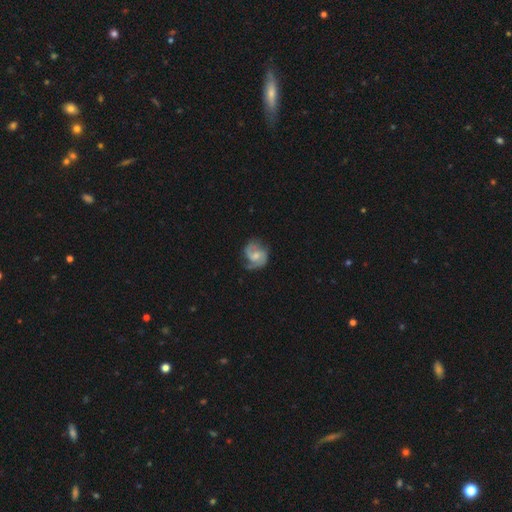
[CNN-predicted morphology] This is likely a featured or disk galaxy (76%). It is clearly not viewed edge-on (98%). Bar: possibly no (50%). Spiral arm pattern: clearly yes (95%). Spiral arm count: likely 2 (79%). Spiral winding: possibly medium (50%). Central bulge: marginally small (44%). Merging: likely none (66%).